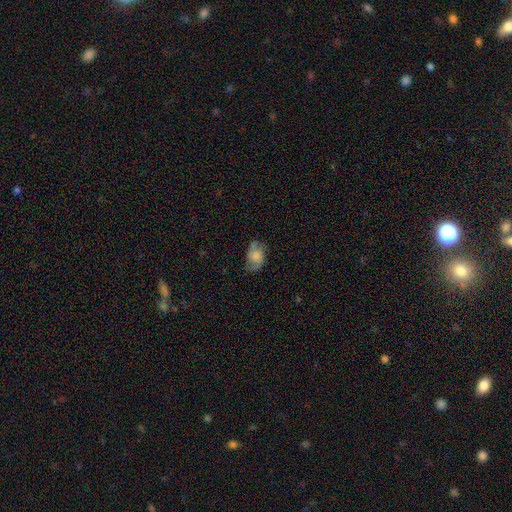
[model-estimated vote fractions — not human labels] Overall: smooth (49%; featured or disk 42%). Merging: none (64%).